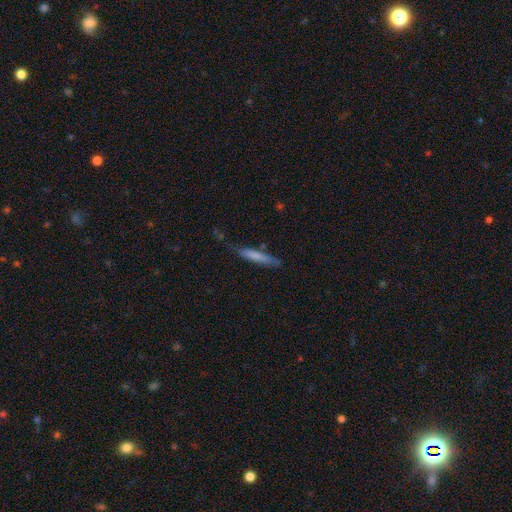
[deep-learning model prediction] Q: Smooth or featured?
A: smooth (73%); runner-up: featured or disk (21%)
Q: How rounded?
A: cigar-shaped (91%); runner-up: in between (8%)
Q: Merging?
A: none (70%); runner-up: minor disturbance (22%)